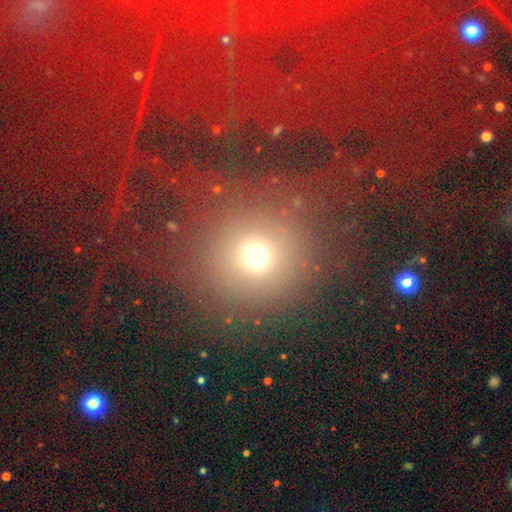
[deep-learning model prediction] Smooth or featured? Predicted: smooth (p=0.69). How rounded? Predicted: round (p=0.93). Merging? Predicted: none (p=0.78).